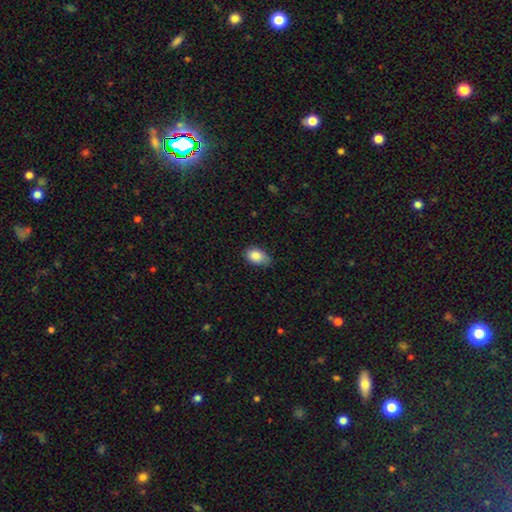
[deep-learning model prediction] smooth_or_featured: smooth (p=0.86) [alt: star or artifact p=0.08]
how_rounded: in between (p=0.88) [alt: round p=0.11]
merging: none (p=0.63) [alt: minor disturbance p=0.31]